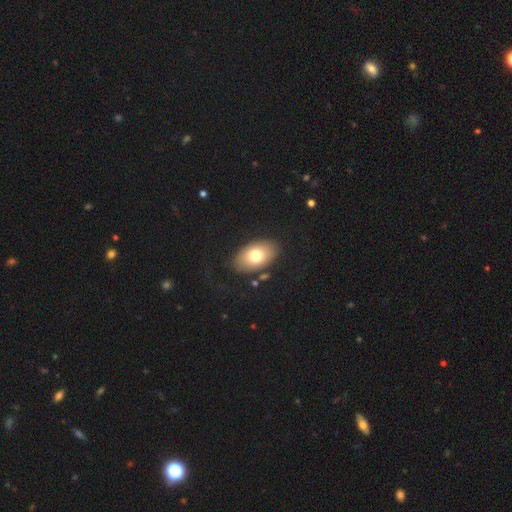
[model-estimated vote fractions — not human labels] Morphology: type=smooth (74%); roundness=in between (91%); merging=none (83%).